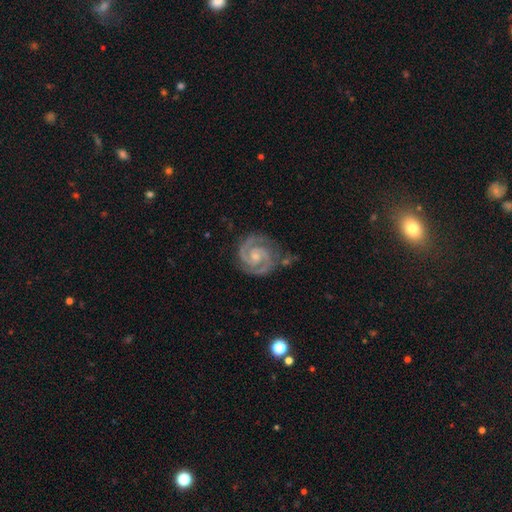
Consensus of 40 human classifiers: Smooth or featured: featured or disk — 92% (star or artifact — 5%)
Edge-on disk: no — 100%
Bar: no — 57% (weak — 24%)
Spiral arms: yes — 100%
Spiral winding: tight — 57% (medium — 35%)
Spiral arm count: 2 — 92% (3 — 8%)
Bulge size: moderate — 46% (small — 38%)
Merging: none — 79% (minor disturbance — 13%)